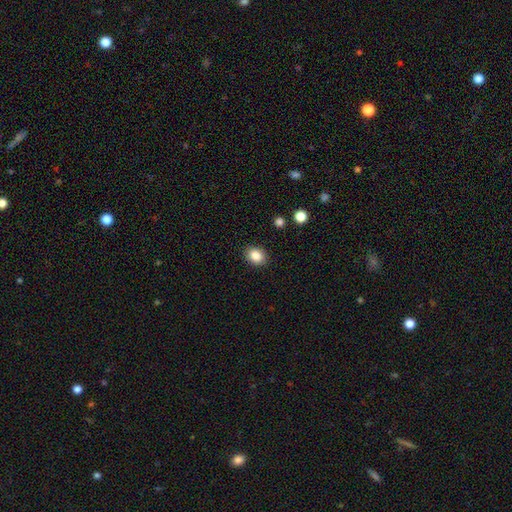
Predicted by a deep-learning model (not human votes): The model was most divided on "how rounded": in between: 52%, round: 47%, cigar-shaped: 1%. More confident: merging — none (89%); smooth or featured — smooth (86%).